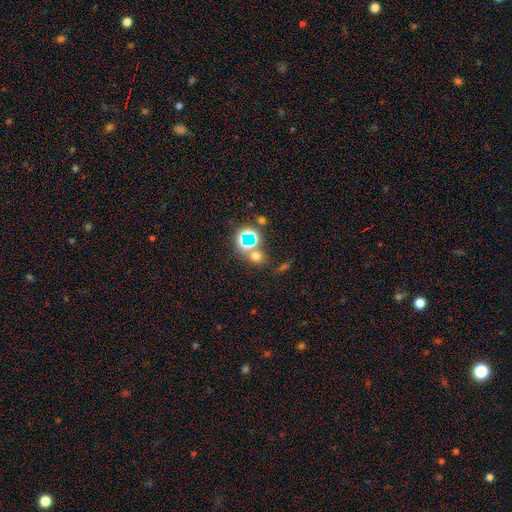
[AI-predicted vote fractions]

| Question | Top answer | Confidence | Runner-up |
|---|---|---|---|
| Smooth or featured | smooth | 55% | star or artifact (36%) |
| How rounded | round | 75% | in between (23%) |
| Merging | none | 63% | merger (24%) |